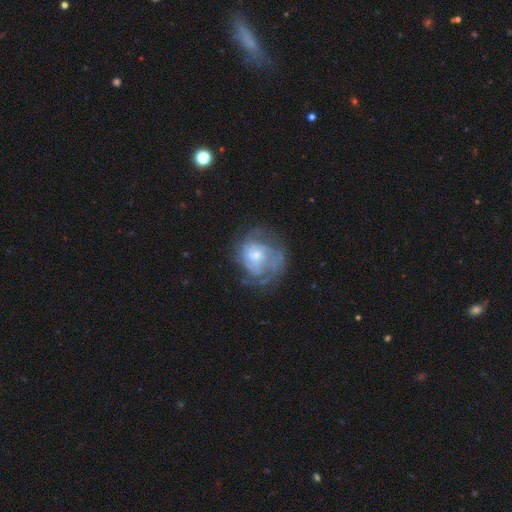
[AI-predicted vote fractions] Morphology: type=featured or disk (72%); edge-on=no (98%); bar=no (67%); spiral arms=yes (76%); winding=tight (45%); arm count=can't tell (48%); bulge=small (52%); merging=none (50%).